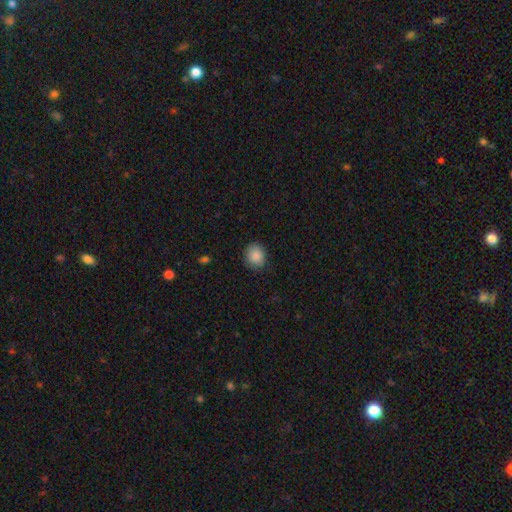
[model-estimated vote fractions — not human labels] Smooth or featured: smooth — 88% (star or artifact — 8%)
How rounded: round — 68% (in between — 32%)
Merging: none — 83% (minor disturbance — 13%)